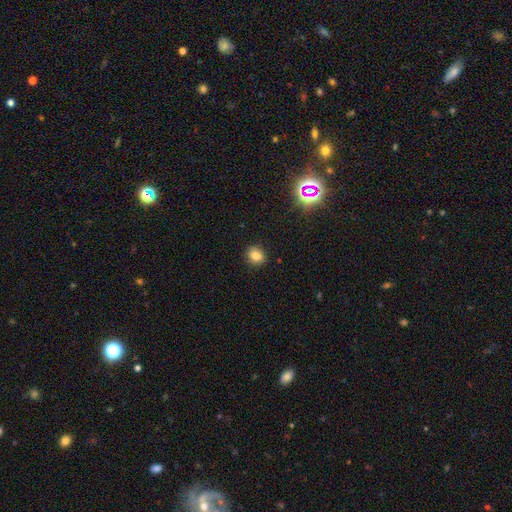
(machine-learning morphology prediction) Smooth or featured? smooth (79%)
How rounded? round (67%)
Merging? none (88%)